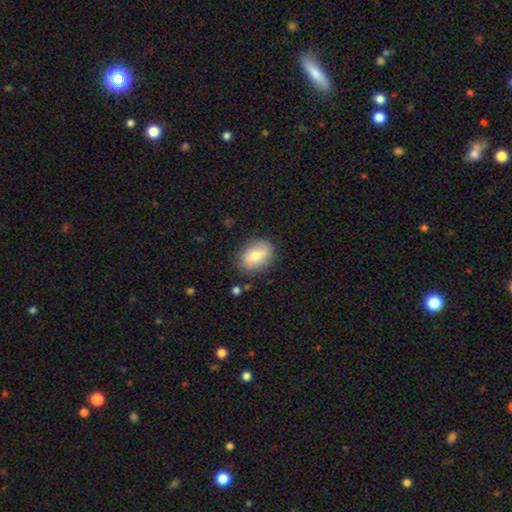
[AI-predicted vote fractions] smooth-or-featured: smooth: 75% | featured or disk: 18% | star or artifact: 7%
  how-rounded: in between: 74% | round: 25% | cigar-shaped: 1%
  merging: none: 83% | minor disturbance: 13% | major disturbance: 3% | merger: 2%